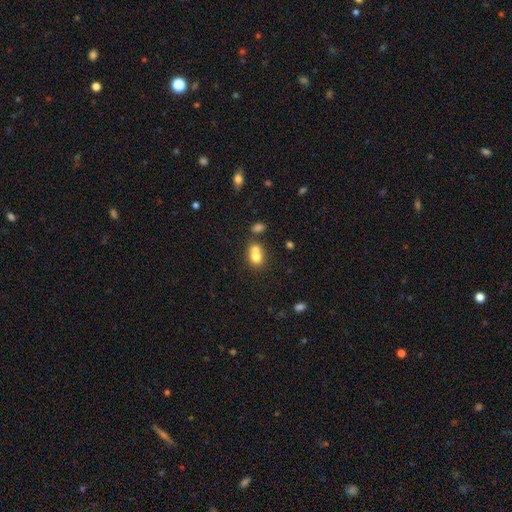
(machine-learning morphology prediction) smooth_or_featured: smooth (p=0.73) [alt: featured or disk p=0.16]
how_rounded: round (p=0.57) [alt: in between p=0.42]
merging: merger (p=0.59) [alt: none p=0.30]